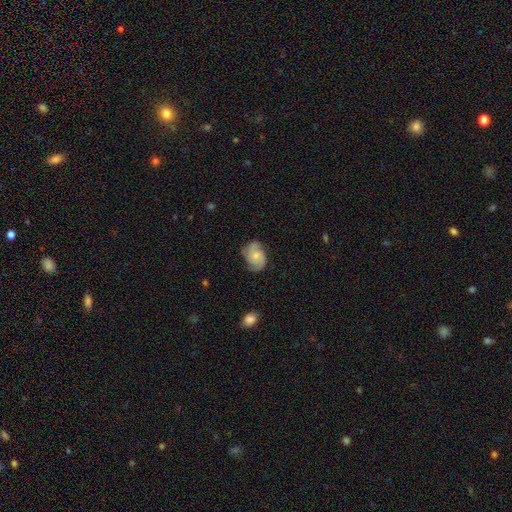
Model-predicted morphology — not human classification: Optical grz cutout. It shows a featured or disk galaxy (60%) with no bar (72%), 2 (55%) medium (46%) spiral arms (92%) and a small central bulge (53%). Merging: none (65%).